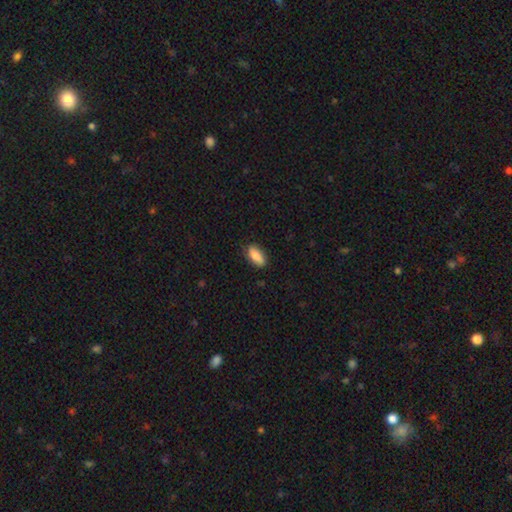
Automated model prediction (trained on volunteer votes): Q: Smooth or featured?
A: smooth (79%); runner-up: featured or disk (14%)
Q: How rounded?
A: in between (87%); runner-up: cigar-shaped (11%)
Q: Merging?
A: none (80%); runner-up: minor disturbance (16%)